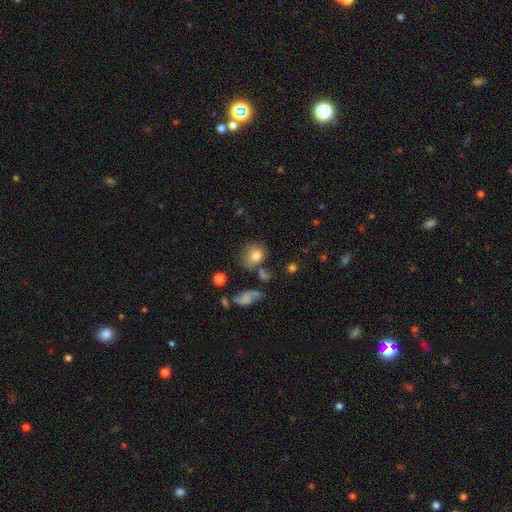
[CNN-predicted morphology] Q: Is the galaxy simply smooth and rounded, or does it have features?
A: smooth — 77%.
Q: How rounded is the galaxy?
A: round — 64%.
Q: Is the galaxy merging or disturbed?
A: none — 56%.